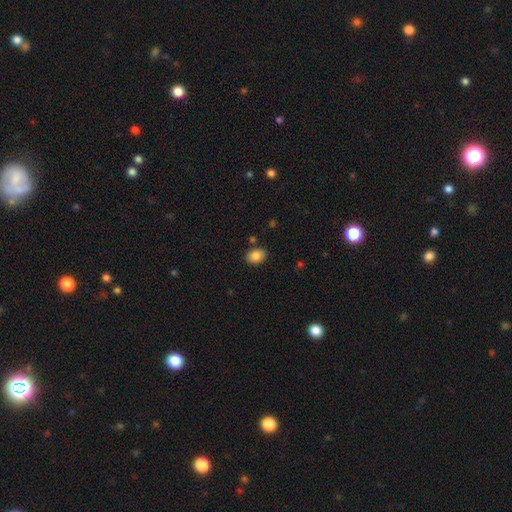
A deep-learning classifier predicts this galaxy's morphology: A smooth galaxy with no disk features (86%) that is in between round and cigar-shaped (74%).

Vote fractions:
- Smooth or featured? smooth: 86% / star or artifact: 8% / featured or disk: 5%
- How rounded? in between: 74% / round: 26% / cigar-shaped: 1%
- Merging? none: 84% / minor disturbance: 10% / merger: 3% / major disturbance: 3%